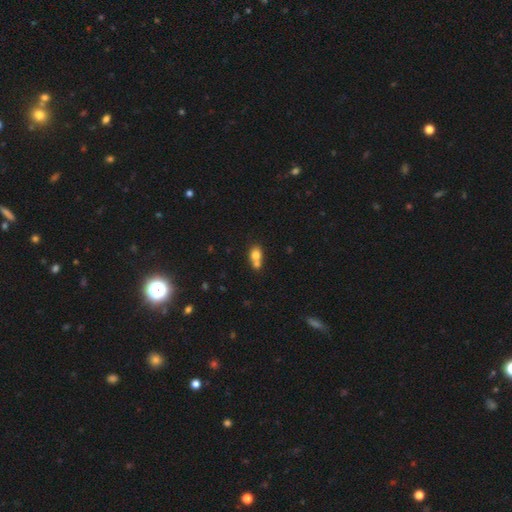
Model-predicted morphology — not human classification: type=smooth (76%); roundness=in between (50%); merging=merger (57%).